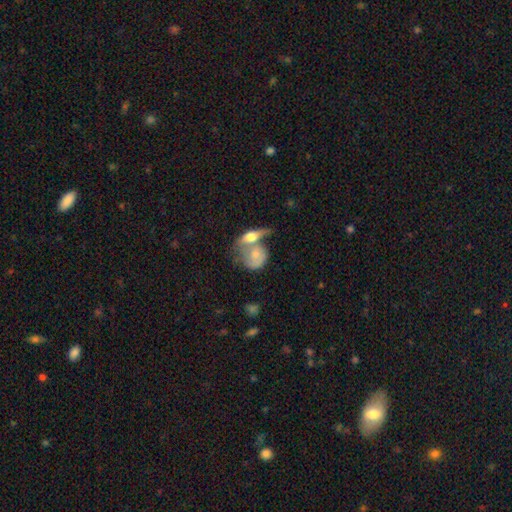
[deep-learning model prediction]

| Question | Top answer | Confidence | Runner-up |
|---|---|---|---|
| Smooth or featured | smooth | 52% | featured or disk (41%) |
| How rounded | round | 49% | in between (46%) |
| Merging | merger | 62% | none (19%) |